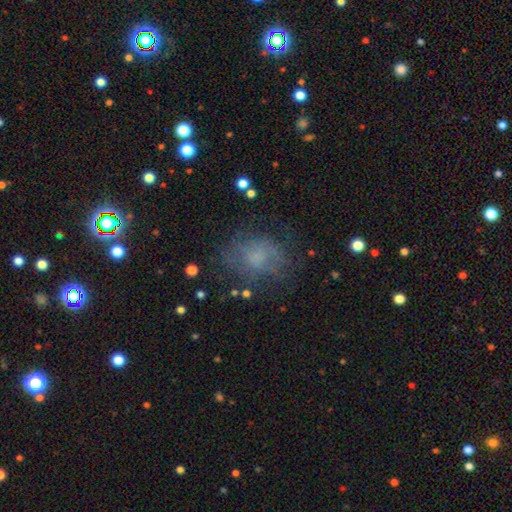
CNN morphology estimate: smooth-or-featured: smooth: 52% | featured or disk: 29% | star or artifact: 19%
  how-rounded: in between: 52% | round: 47% | cigar-shaped: 1%
  merging: none: 63% | minor disturbance: 21% | major disturbance: 14% | merger: 2%